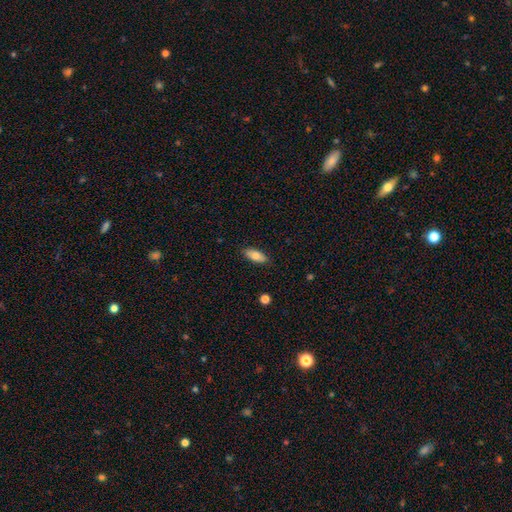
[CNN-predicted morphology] Smooth or featured: smooth — 76% (featured or disk — 18%)
How rounded: in between — 82% (cigar-shaped — 16%)
Merging: none — 87% (minor disturbance — 10%)